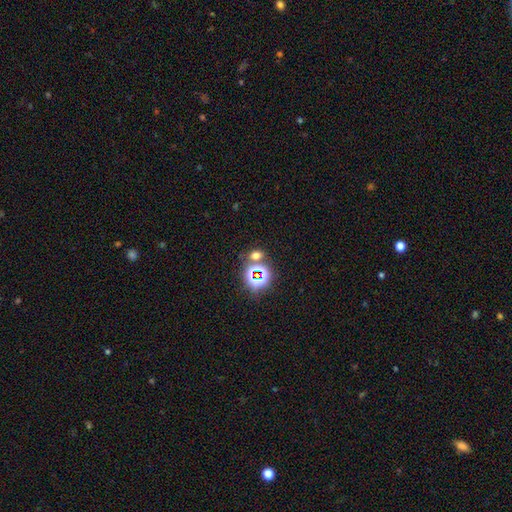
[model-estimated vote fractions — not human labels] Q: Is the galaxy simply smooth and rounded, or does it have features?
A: smooth — 49%.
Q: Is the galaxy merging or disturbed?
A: none — 67%.